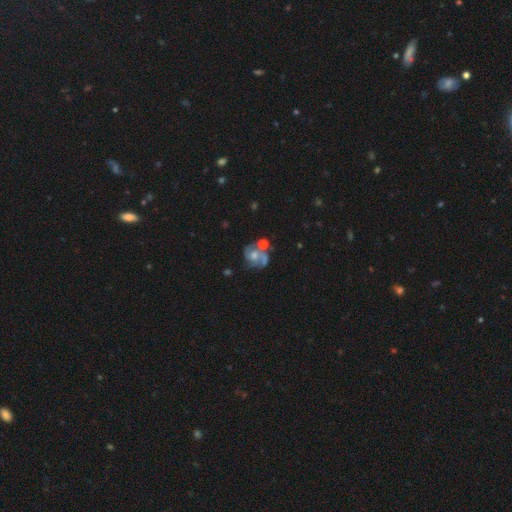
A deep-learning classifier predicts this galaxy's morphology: Overall: featured or disk (83%). Edge-on disk: no (98%). Bar: no (69%). Spiral arms: yes (95%). Spiral arm count: 2 (65%). Spiral winding: medium (51%; tight 33%). Bulge size: moderate (57%; small 34%). Merging: none (54%; minor disturbance 19%).